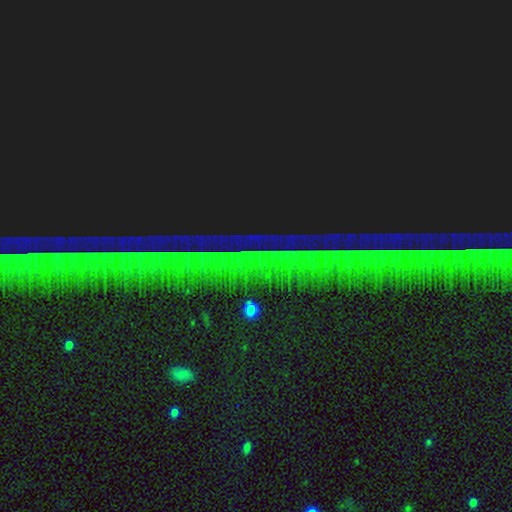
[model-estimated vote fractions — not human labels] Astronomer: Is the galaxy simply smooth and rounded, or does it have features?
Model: star or artifact — 88%.